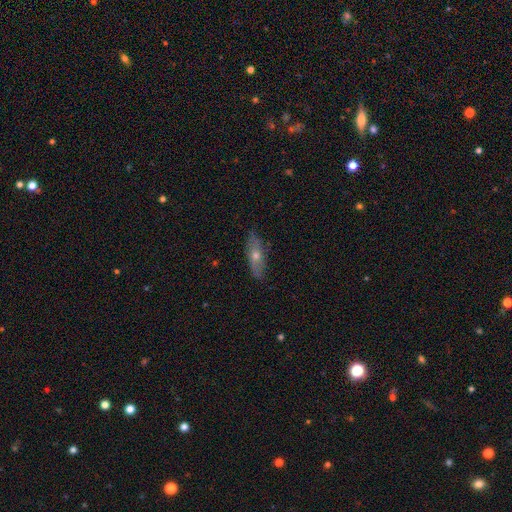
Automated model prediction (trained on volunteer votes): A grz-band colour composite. It shows a featured or disk galaxy (48%). Merging: none (84%).